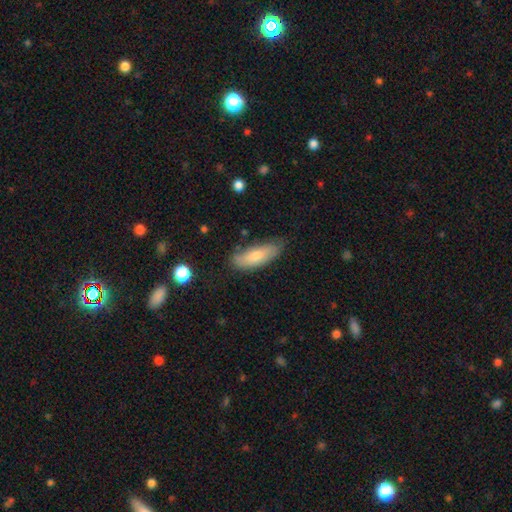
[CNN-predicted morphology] type=smooth (70%); roundness=in between (65%); merging=none (71%).